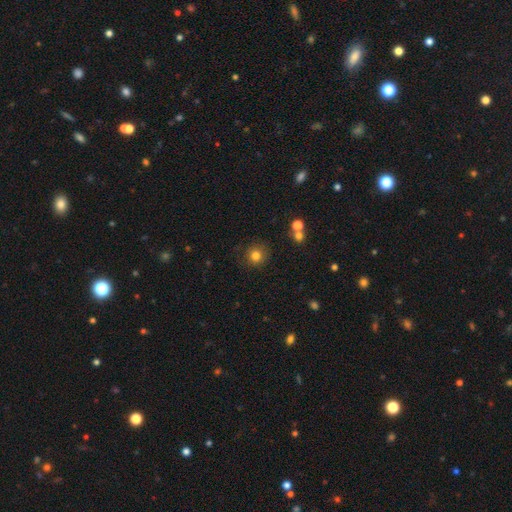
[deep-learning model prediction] Smooth or featured?
  - smooth: 81% *
  - star or artifact: 12%
  - featured or disk: 7%
How rounded?
  - round: 92% *
  - in between: 7%
  - cigar-shaped: 1%
Merging?
  - none: 84% *
  - minor disturbance: 9%
  - major disturbance: 3%
  - merger: 3%